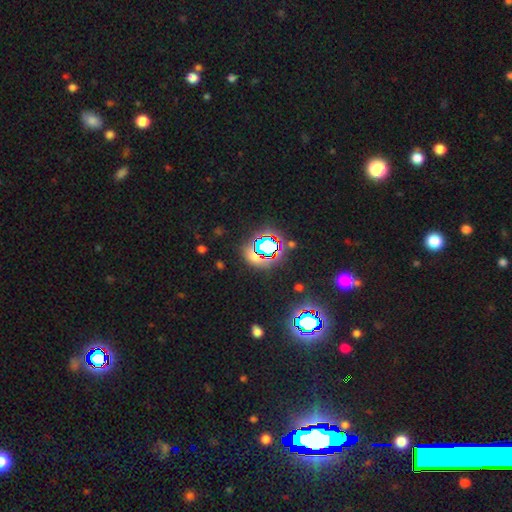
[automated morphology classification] A star or artifact, not a galaxy (69%).

Vote fractions:
- Smooth or featured? star or artifact: 69% / smooth: 21% / featured or disk: 10%